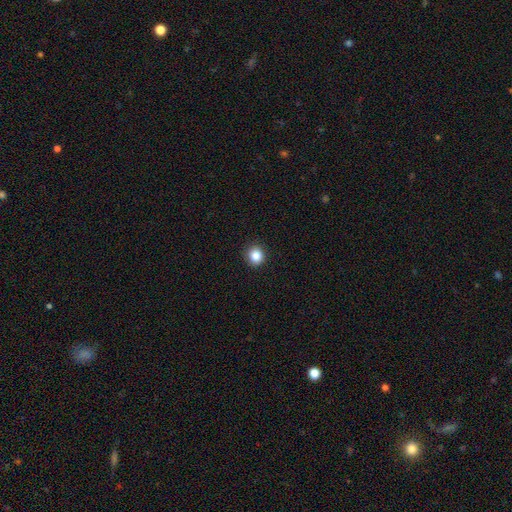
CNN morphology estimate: A smooth galaxy with no disk features (86%) that is round (86%).

Vote fractions:
- Smooth or featured? smooth: 86% / star or artifact: 11% / featured or disk: 4%
- How rounded? round: 86% / in between: 13% / cigar-shaped: 1%
- Merging? none: 91% / minor disturbance: 6% / major disturbance: 2% / merger: 1%